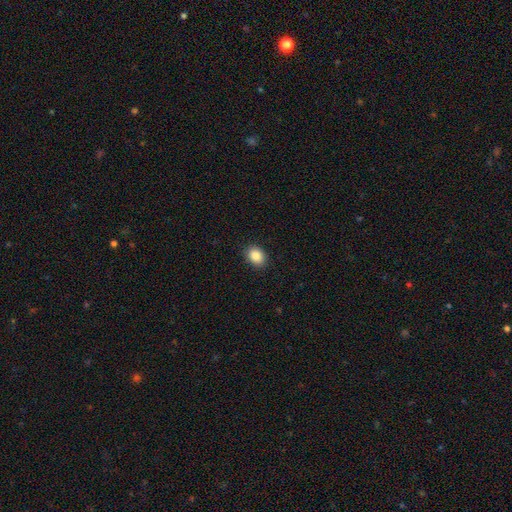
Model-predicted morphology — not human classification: Q: Smooth or featured?
A: smooth (87%); runner-up: star or artifact (9%)
Q: How rounded?
A: in between (62%); runner-up: round (37%)
Q: Merging?
A: none (89%); runner-up: minor disturbance (8%)